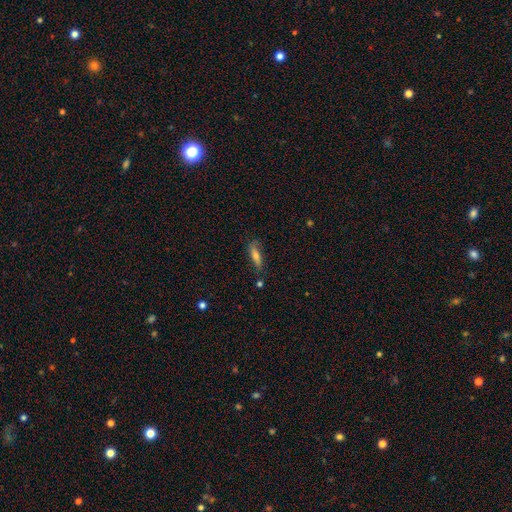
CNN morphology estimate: A smooth galaxy with no disk features (62%) that is cigar-shaped (66%). Merging: none (69%).